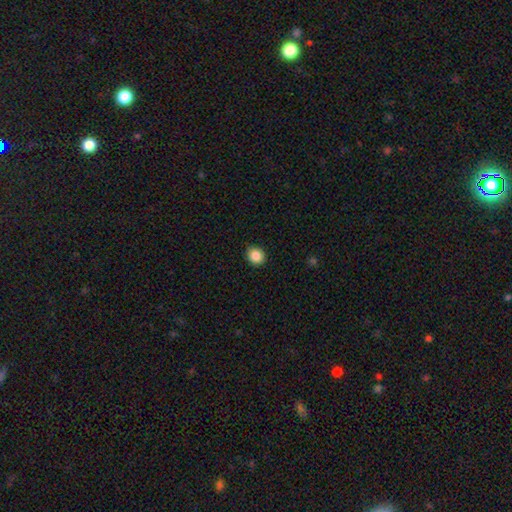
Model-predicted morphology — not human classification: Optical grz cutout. It shows a smooth galaxy with no disk features (86%) that is round (79%). Merging: none (89%).